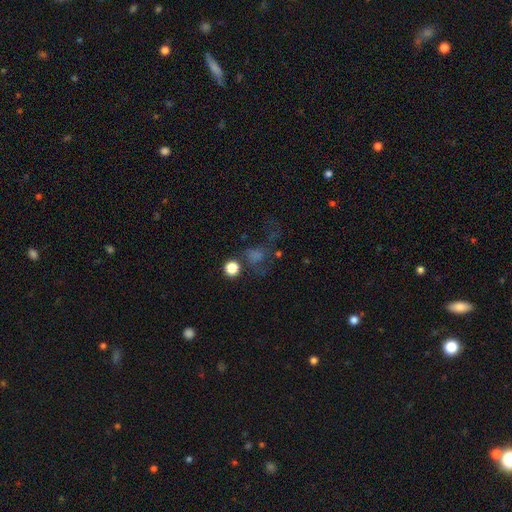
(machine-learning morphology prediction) smooth 41%, star or artifact 36%, featured or disk 23%. Down the decision tree: merging — none (46%).